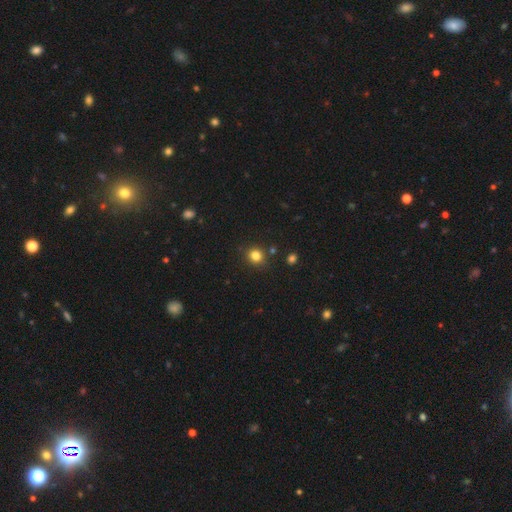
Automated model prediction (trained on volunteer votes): smooth 82%, star or artifact 13%, featured or disk 5%. Down the decision tree: how rounded — round (79%); merging — none (84%).